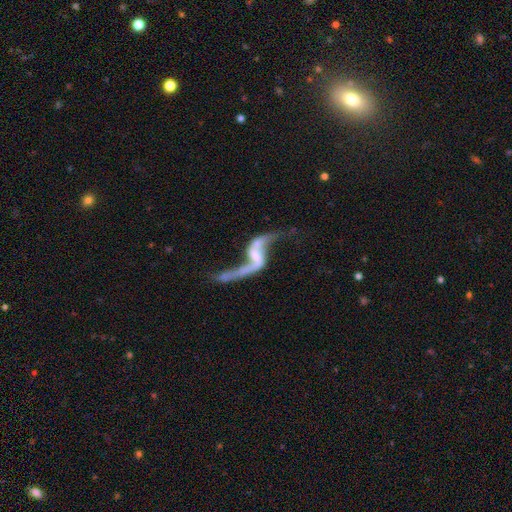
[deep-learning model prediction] A featured or disk galaxy (88%) with a weak bar (40%), 2 (91%) loose (94%) spiral arms (92%) and a small central bulge (44%).

Vote fractions:
- Smooth or featured? featured or disk: 88% / smooth: 7% / star or artifact: 6%
- Edge-on disk? no: 94% / yes: 6%
- Bar? weak: 40% / no: 33% / strong: 28%
- Spiral arms? yes: 92% / no: 8%
- Spiral winding? loose: 94% / medium: 5% / tight: 2%
- Spiral arm count? 2: 91% / 1: 4% / can't tell: 2% / 3: 1% / 4: 1% / more than 4: 1%
- Bulge size? small: 44% / none: 30% / moderate: 21% / large: 3% / dominant: 2%
- Merging? none: 49% / major disturbance: 18% / merger: 18% / minor disturbance: 15%